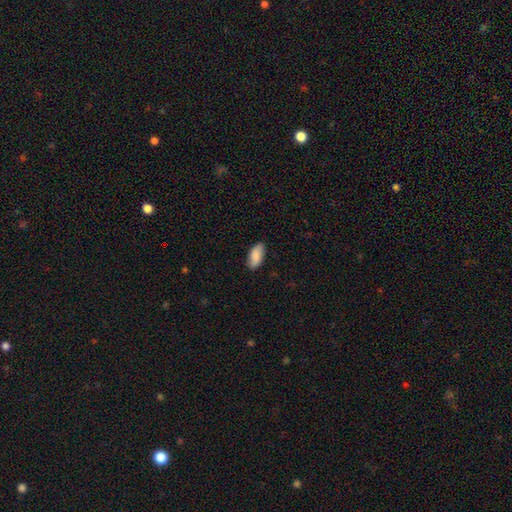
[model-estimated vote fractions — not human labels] The model was most divided on "smooth or featured": smooth: 82%, featured or disk: 12%, star or artifact: 6%. More confident: how rounded — in between (91%); merging — none (85%).